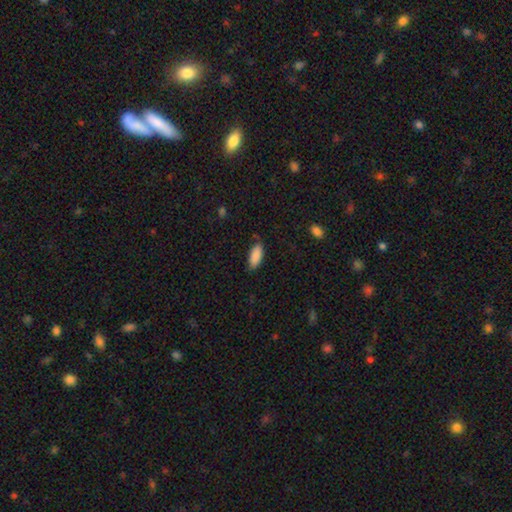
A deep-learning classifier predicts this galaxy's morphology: smooth 89%, star or artifact 6%, featured or disk 4%. Down the decision tree: how rounded — in between (85%); merging — none (79%).